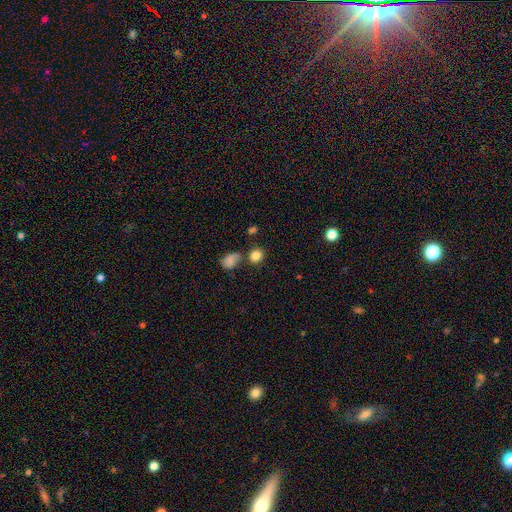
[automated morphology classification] smooth_or_featured: smooth (p=0.83) [alt: star or artifact p=0.11]
how_rounded: round (p=0.80) [alt: in between p=0.19]
merging: none (p=0.68) [alt: merger p=0.16]